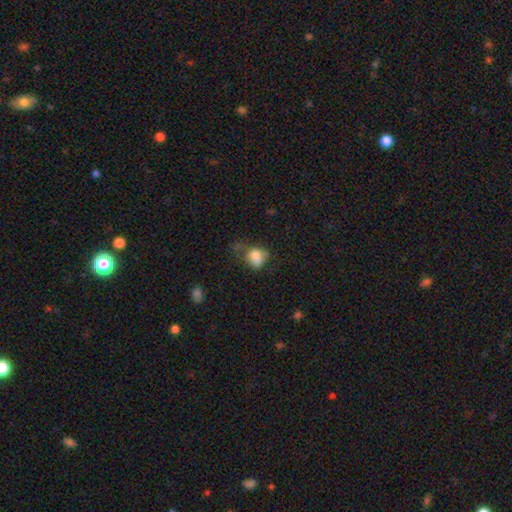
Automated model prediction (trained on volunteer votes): The model was most divided on "merging" (2-way tie): minor disturbance: 32%, none: 32%, major disturbance: 31%, merger: 6%. More confident: smooth or featured — smooth (76%); how rounded — round (50%).